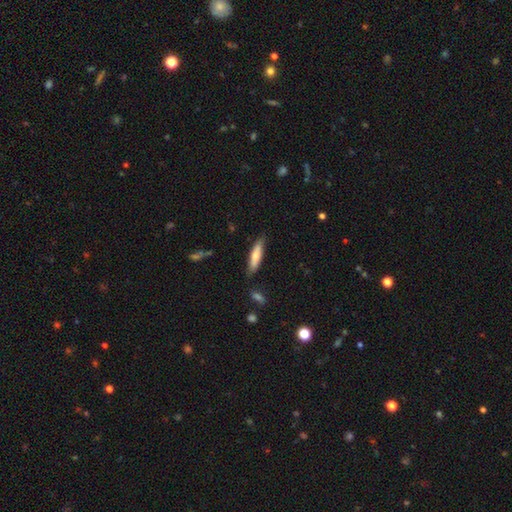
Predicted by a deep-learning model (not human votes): Smooth or featured?
  - smooth: 65% *
  - featured or disk: 30%
  - star or artifact: 6%
How rounded?
  - cigar-shaped: 75% *
  - in between: 23%
  - round: 2%
Merging?
  - none: 81% *
  - minor disturbance: 15%
  - major disturbance: 2%
  - merger: 2%